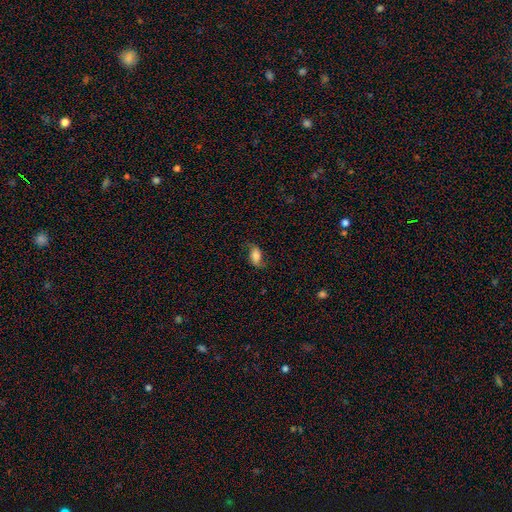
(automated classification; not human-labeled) A smooth galaxy with no disk features (65%) that is in between round and cigar-shaped (89%). Merging: none (69%).